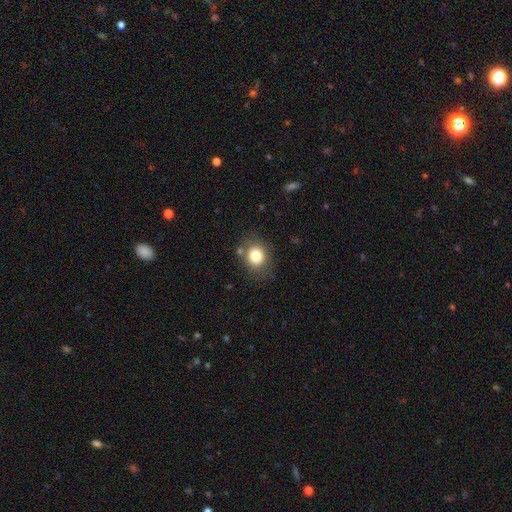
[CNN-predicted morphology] This is likely a smooth galaxy (79%). How rounded: likely round (66%). Merging: likely none (78%).